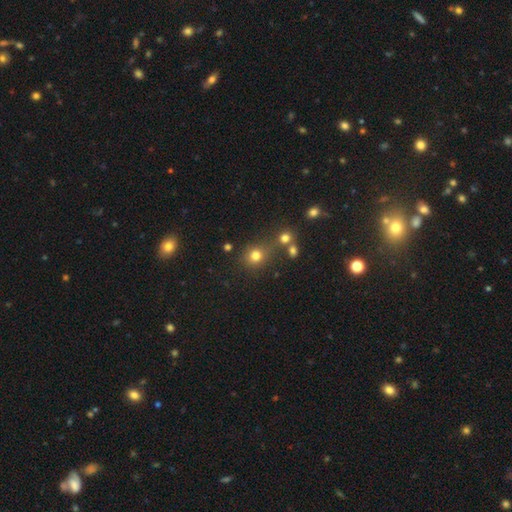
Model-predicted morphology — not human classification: This appears to be a smooth galaxy with no disk features (76%) that is round (84%). Merging: none (66%).